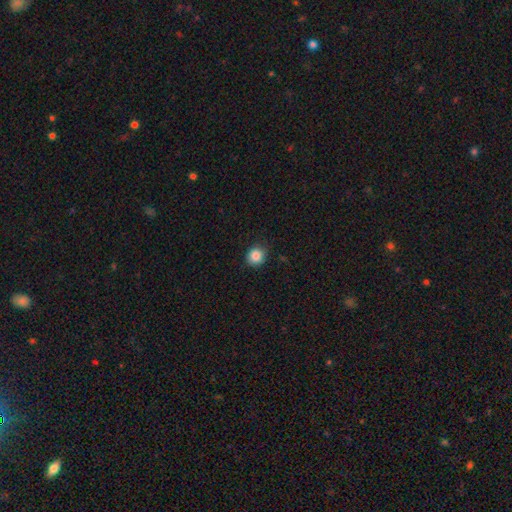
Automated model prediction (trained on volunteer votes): The model was most divided on "how rounded": round: 83%, in between: 16%, cigar-shaped: 1%. More confident: smooth or featured — smooth (86%); merging — none (86%).